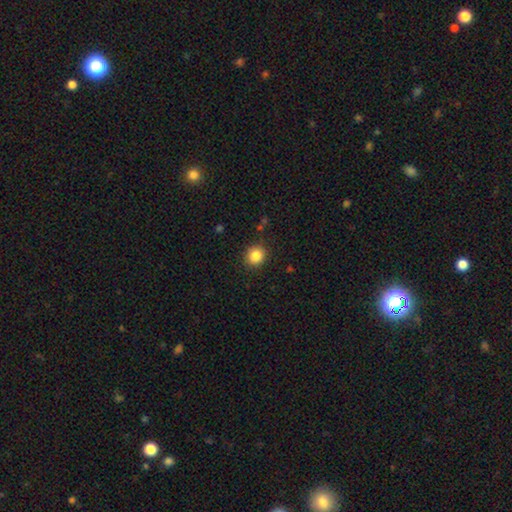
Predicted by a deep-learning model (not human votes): This is clearly a smooth galaxy (86%). How rounded: clearly round (83%). Merging: clearly none (88%).